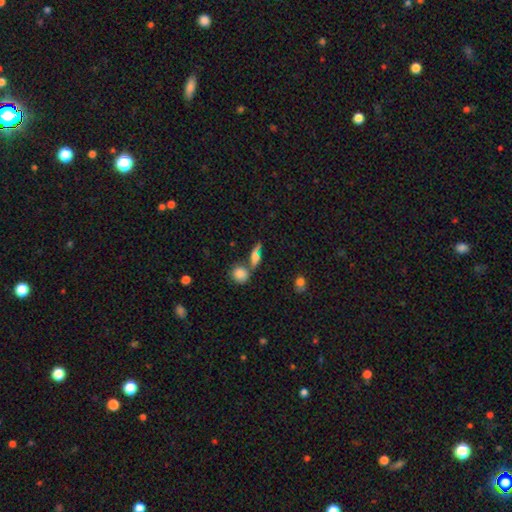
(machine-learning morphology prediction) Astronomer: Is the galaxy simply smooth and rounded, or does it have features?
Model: featured or disk — 45% (runner-up: smooth, 42%).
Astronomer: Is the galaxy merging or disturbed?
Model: none — 64%.